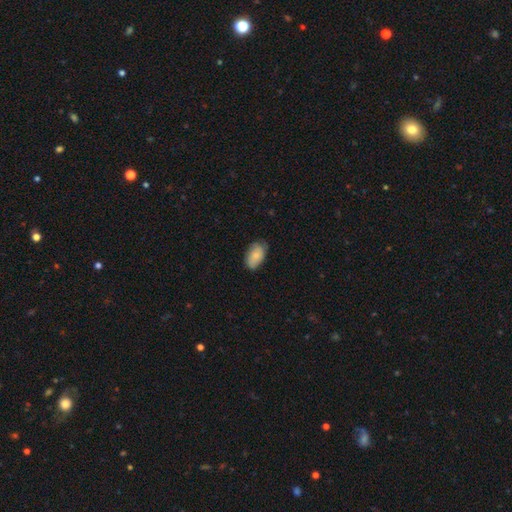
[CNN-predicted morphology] type=smooth (79%); roundness=in between (93%); merging=none (71%).